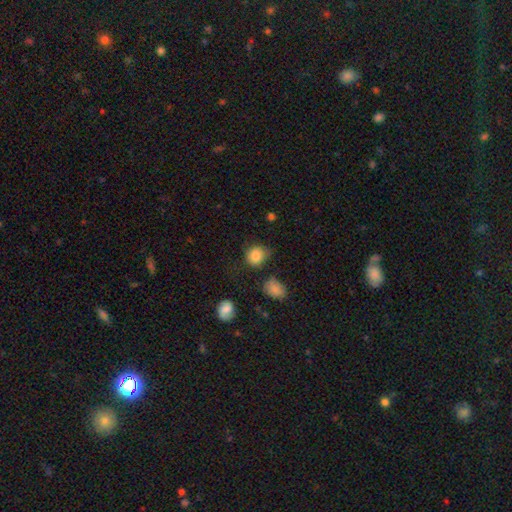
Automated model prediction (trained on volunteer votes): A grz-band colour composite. It shows a smooth galaxy with no disk features (85%) that is round (80%). Merging: none (68%).